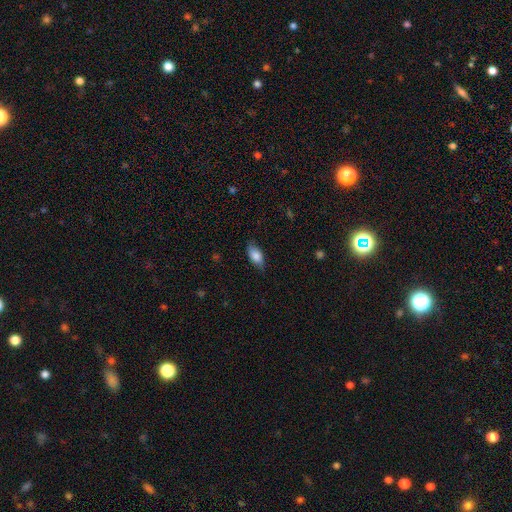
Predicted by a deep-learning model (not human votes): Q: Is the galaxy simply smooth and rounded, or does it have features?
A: smooth — 80%.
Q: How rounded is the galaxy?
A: in between — 89%.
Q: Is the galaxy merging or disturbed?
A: none — 73%.